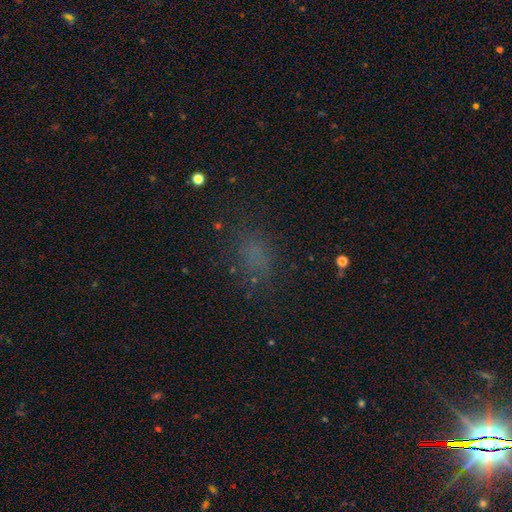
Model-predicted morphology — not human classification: Smooth or featured? smooth (63%)
How rounded? in between (73%)
Merging? none (67%)